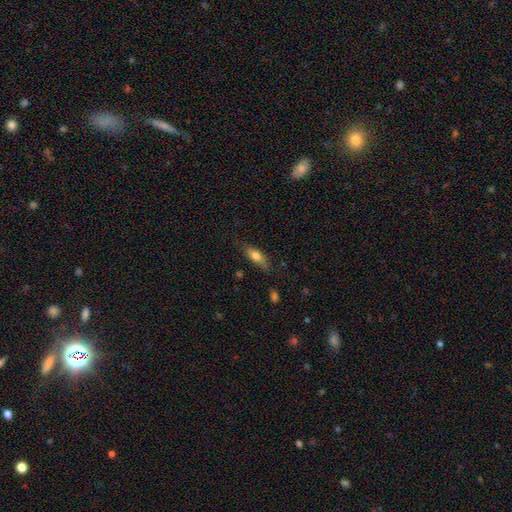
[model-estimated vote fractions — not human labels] This is likely a smooth galaxy (70%). How rounded: likely in between (60%). Merging: likely none (72%).